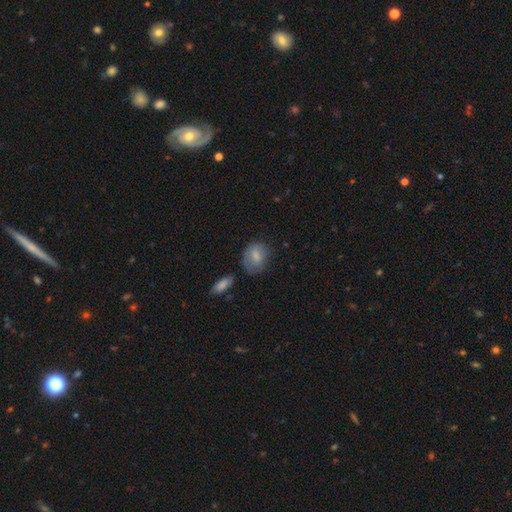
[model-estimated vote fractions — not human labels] smooth 76%, featured or disk 17%, star or artifact 8%. Down the decision tree: how rounded — in between (60%); merging — none (57%).